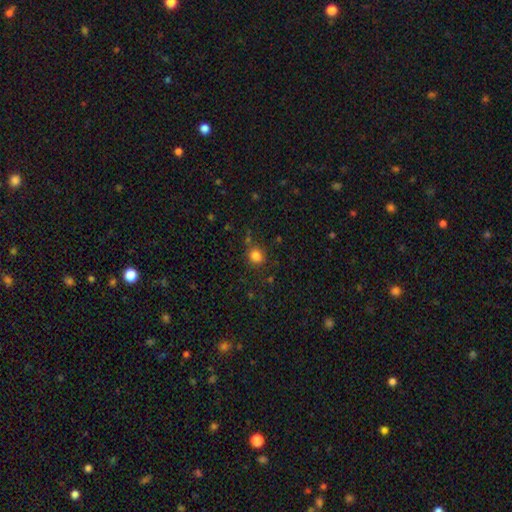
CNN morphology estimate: Smooth or featured? smooth (82%)
How rounded? round (77%)
Merging? none (77%)